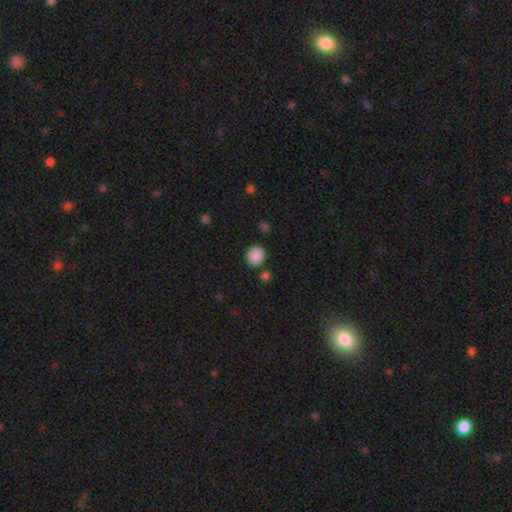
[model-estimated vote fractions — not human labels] The model was most divided on "how rounded": round: 84%, in between: 15%, cigar-shaped: 1%. More confident: smooth or featured — smooth (88%); merging — none (82%).